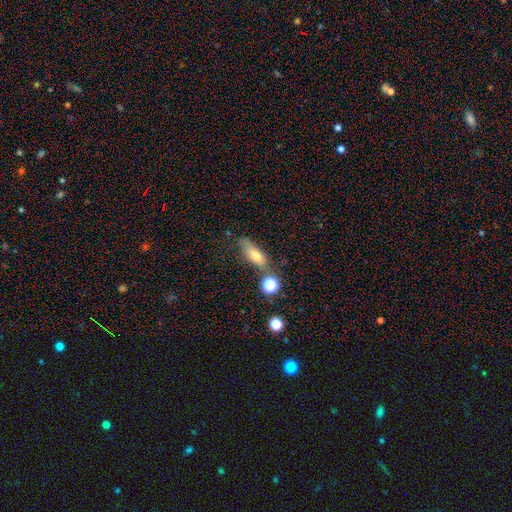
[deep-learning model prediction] Overall: smooth (66%). How rounded: in between (56%; cigar-shaped 37%). Merging: none (58%; minor disturbance 21%).